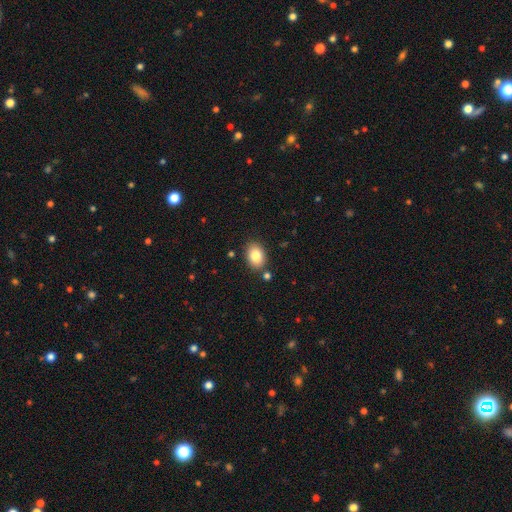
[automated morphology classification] smooth_or_featured: smooth (p=0.84) [alt: star or artifact p=0.08]
how_rounded: in between (p=0.76) [alt: round p=0.23]
merging: none (p=0.83) [alt: minor disturbance p=0.10]